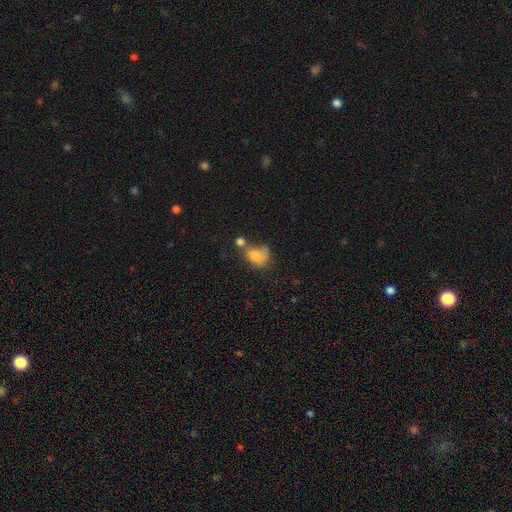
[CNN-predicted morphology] Q: Smooth or featured?
A: smooth (72%); runner-up: featured or disk (17%)
Q: How rounded?
A: in between (59%); runner-up: round (40%)
Q: Merging?
A: none (29%); runner-up: merger (27%)